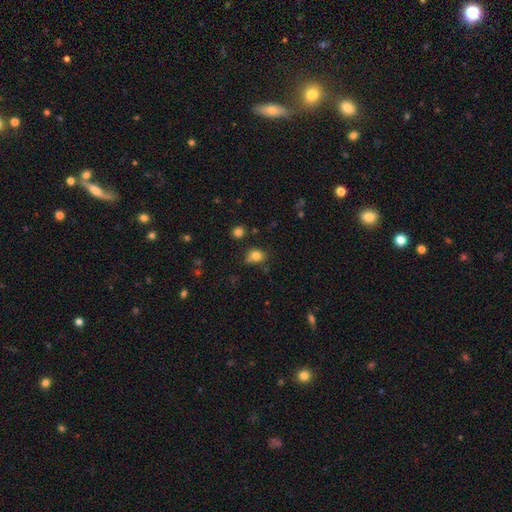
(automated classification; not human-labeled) Overall: smooth (81%). How rounded: round (52%; in between 47%). Merging: none (68%).